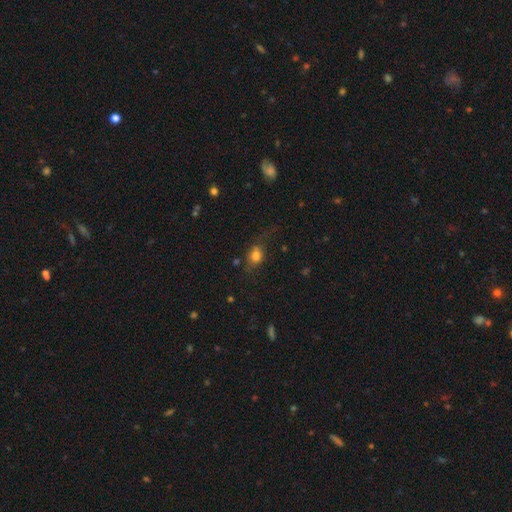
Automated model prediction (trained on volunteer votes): Q: Smooth or featured?
A: smooth (72%); runner-up: featured or disk (15%)
Q: How rounded?
A: in between (50%); runner-up: round (47%)
Q: Merging?
A: none (54%); runner-up: minor disturbance (24%)